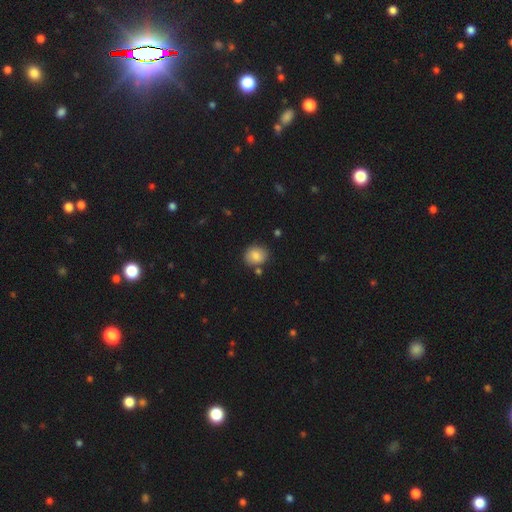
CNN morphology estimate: smooth 84%, star or artifact 8%, featured or disk 7%. Down the decision tree: how rounded — round (67%); merging — none (78%).